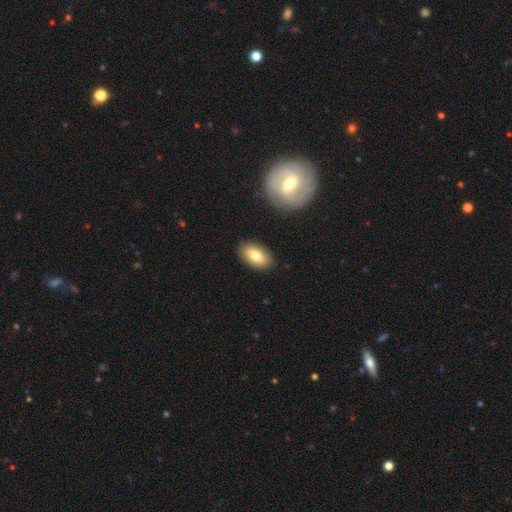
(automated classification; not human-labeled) smooth 75%, featured or disk 18%, star or artifact 7%. Down the decision tree: how rounded — in between (91%); merging — none (87%).